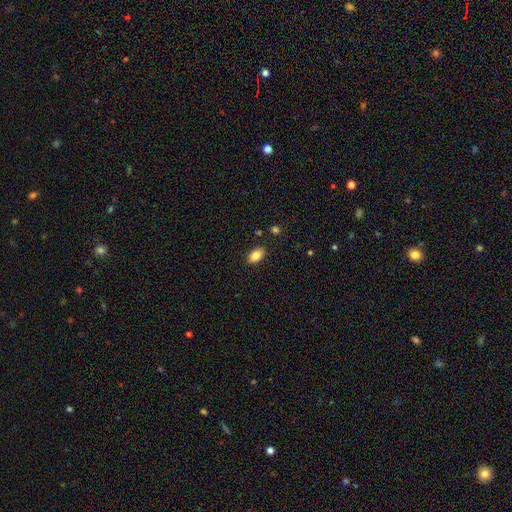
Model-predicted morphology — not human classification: This appears to be a smooth galaxy with no disk features (83%) that is in between round and cigar-shaped (89%). Merging: none (87%).